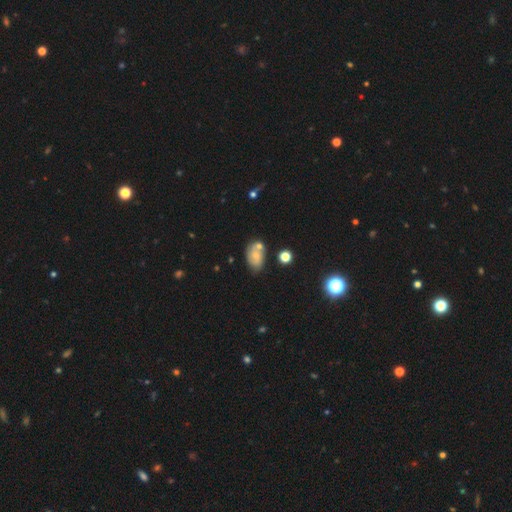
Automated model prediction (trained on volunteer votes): A smooth galaxy with no disk features (51%) that is in between round and cigar-shaped (83%). Merging: none (56%).